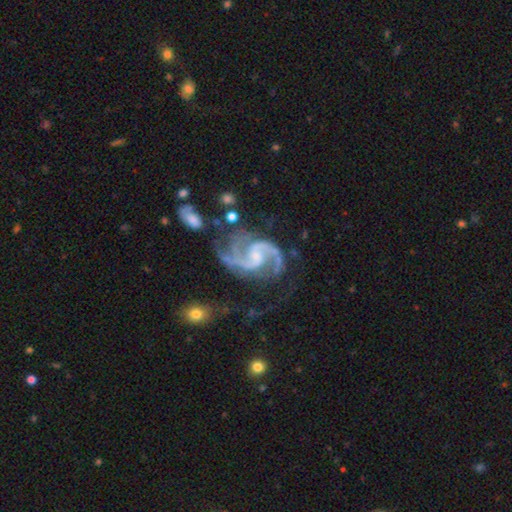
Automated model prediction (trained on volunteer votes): Q: Smooth or featured?
A: featured or disk (93%); runner-up: star or artifact (5%)
Q: Edge-on disk?
A: no (98%); runner-up: yes (2%)
Q: Bar?
A: weak (49%); runner-up: no (38%)
Q: Spiral arms?
A: yes (98%); runner-up: no (2%)
Q: Spiral winding?
A: medium (57%); runner-up: loose (31%)
Q: Spiral arm count?
A: 2 (87%); runner-up: 3 (5%)
Q: Bulge size?
A: small (47%); runner-up: moderate (26%)
Q: Merging?
A: none (52%); runner-up: minor disturbance (22%)